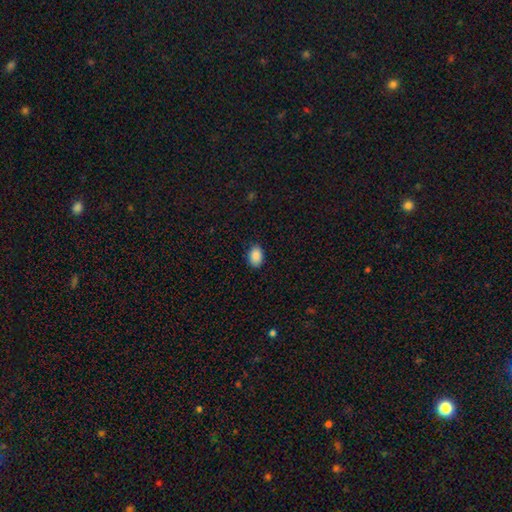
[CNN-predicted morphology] Smooth or featured? smooth (88%)
How rounded? in between (85%)
Merging? none (86%)